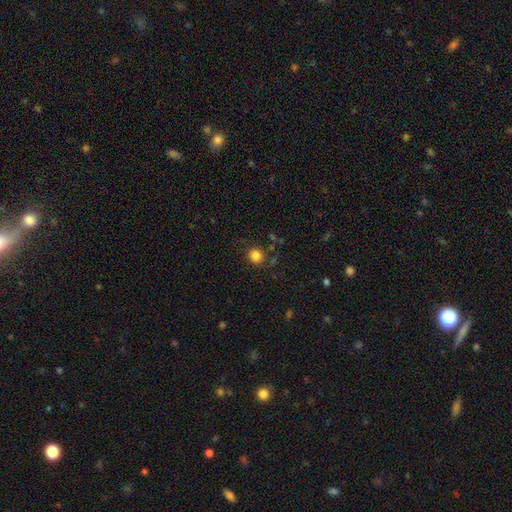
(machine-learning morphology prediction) smooth 83%, star or artifact 12%, featured or disk 5%. Down the decision tree: how rounded — round (90%); merging — none (84%).